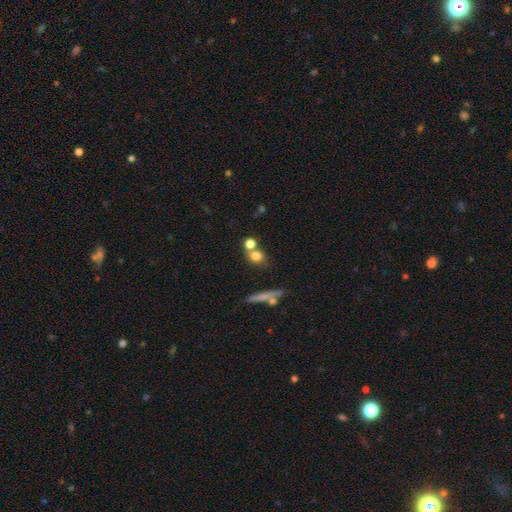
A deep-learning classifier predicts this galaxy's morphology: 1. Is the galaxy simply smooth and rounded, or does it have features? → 74% smooth, 14% featured or disk, 12% star or artifact.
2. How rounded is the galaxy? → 67% round, 25% in between, 8% cigar-shaped.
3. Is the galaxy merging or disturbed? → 53% none, 33% merger, 9% minor disturbance, 4% major disturbance.